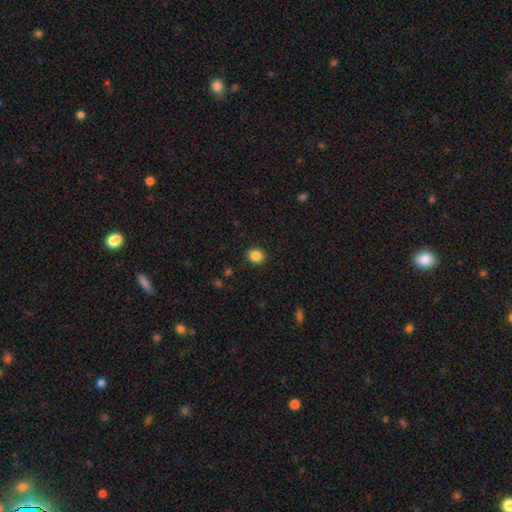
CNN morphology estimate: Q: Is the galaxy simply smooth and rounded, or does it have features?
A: smooth — 86%.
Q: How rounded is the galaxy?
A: round — 77%.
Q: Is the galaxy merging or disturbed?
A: none — 90%.